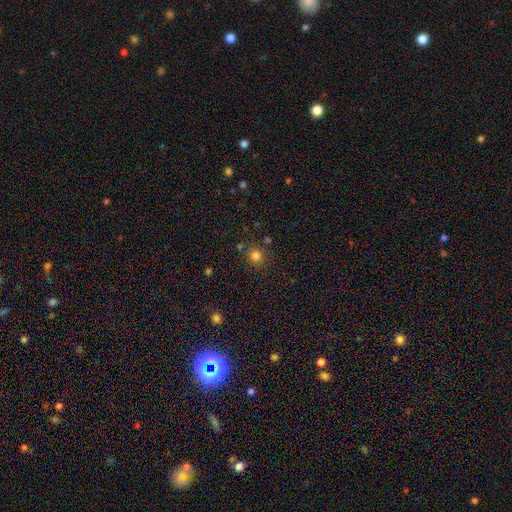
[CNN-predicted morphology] Smooth or featured? smooth (80%)
How rounded? round (87%)
Merging? none (81%)